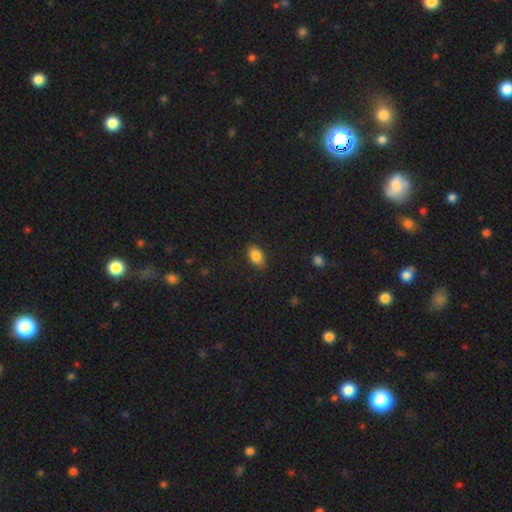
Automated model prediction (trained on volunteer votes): Smooth or featured: smooth — 86% (star or artifact — 8%)
How rounded: in between — 88% (round — 11%)
Merging: none — 86% (minor disturbance — 11%)